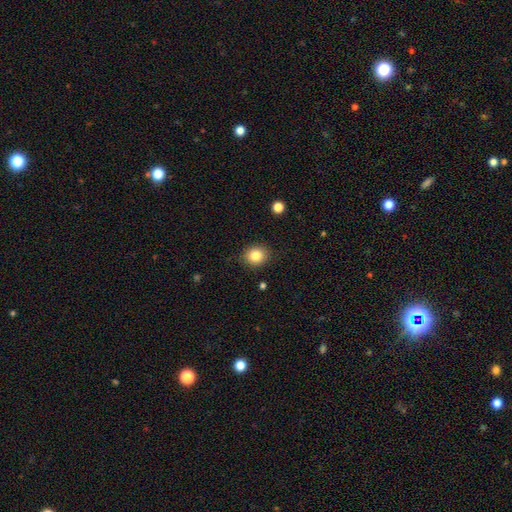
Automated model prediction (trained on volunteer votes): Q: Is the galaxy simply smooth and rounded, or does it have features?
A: smooth — 84%.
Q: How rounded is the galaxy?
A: round — 73%.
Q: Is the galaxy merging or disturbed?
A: none — 88%.